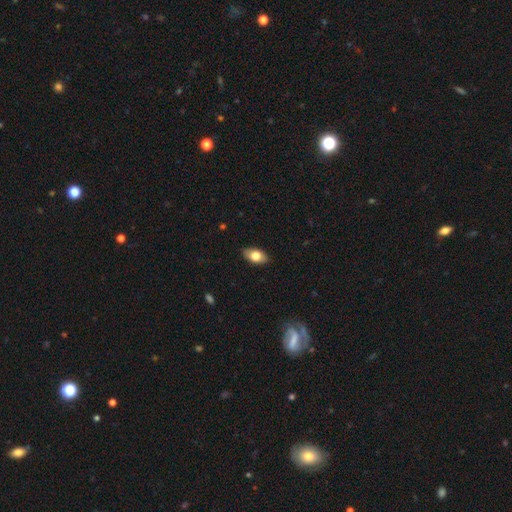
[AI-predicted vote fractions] Morphology: type=smooth (77%); roundness=in between (91%); merging=none (86%).